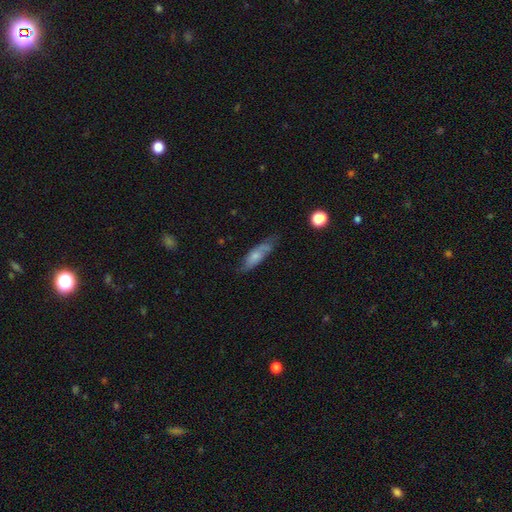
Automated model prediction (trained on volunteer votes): A smooth galaxy with no disk features (60%) that is in between round and cigar-shaped (53%). Merging: none (59%).